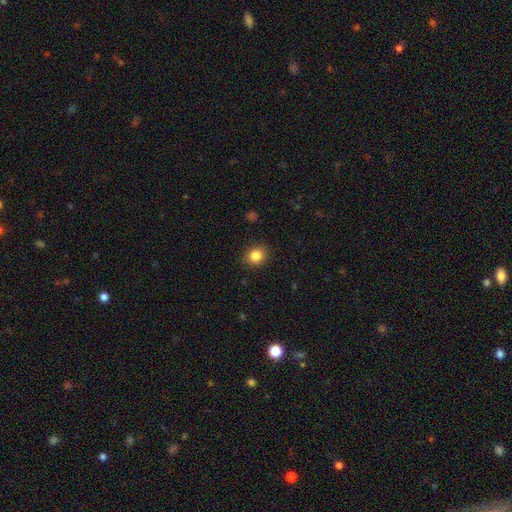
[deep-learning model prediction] Smooth or featured? smooth (85%)
How rounded? round (66%)
Merging? none (90%)